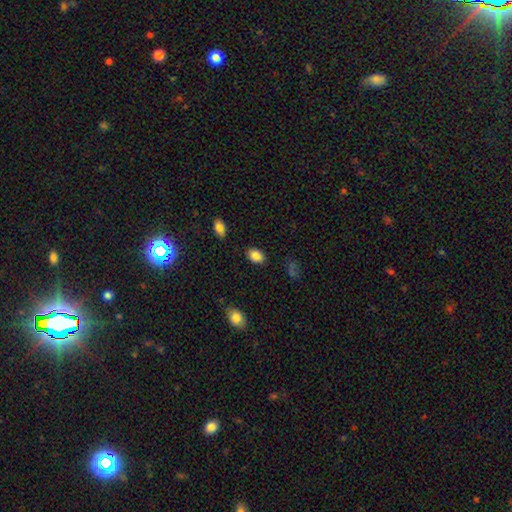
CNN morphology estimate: This appears to be a smooth galaxy with no disk features (86%) that is in between round and cigar-shaped (78%). Merging: none (86%).